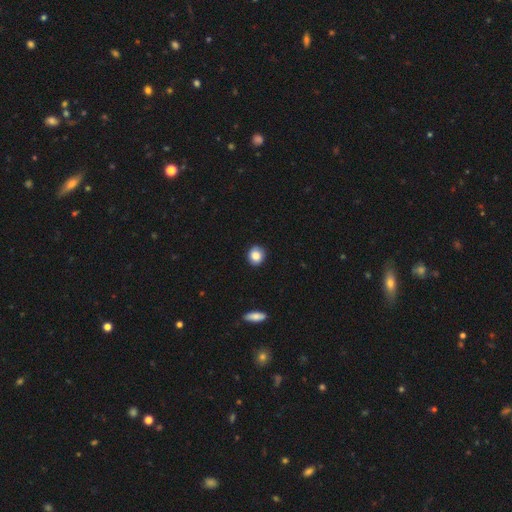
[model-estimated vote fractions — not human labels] A smooth galaxy with no disk features (85%) that is round (79%).

Vote fractions:
- Smooth or featured? smooth: 85% / star or artifact: 9% / featured or disk: 7%
- How rounded? round: 79% / in between: 20% / cigar-shaped: 1%
- Merging? none: 89% / minor disturbance: 8% / major disturbance: 2% / merger: 1%